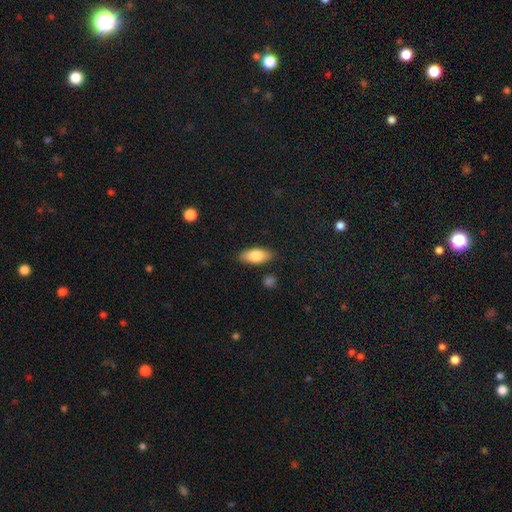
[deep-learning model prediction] Overall: smooth (77%). How rounded: in between (82%). Merging: none (85%).